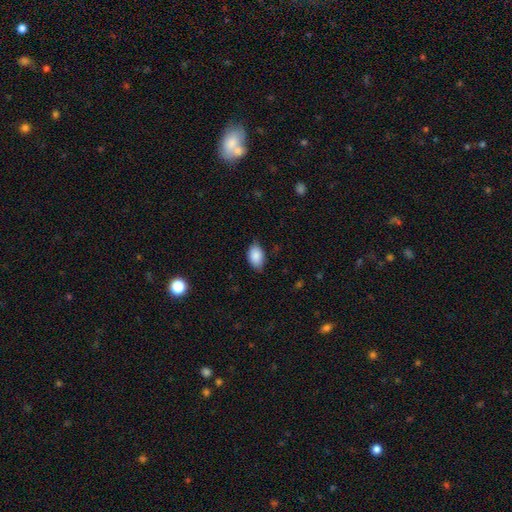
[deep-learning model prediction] smooth 87%, star or artifact 7%, featured or disk 6%. Down the decision tree: how rounded — in between (91%); merging — none (76%).